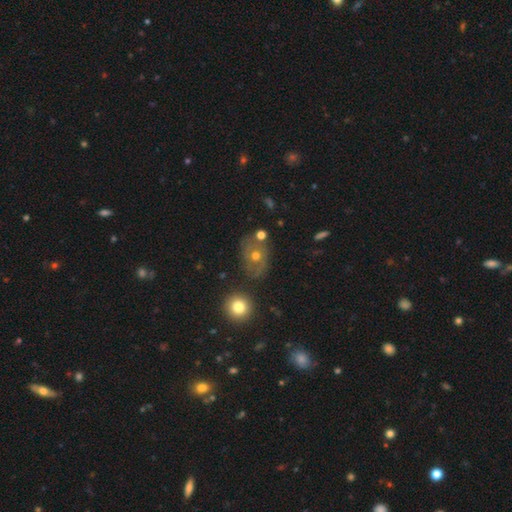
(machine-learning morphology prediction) Smooth or featured? Predicted: featured or disk (p=0.45). Merging? Predicted: none (p=0.68).